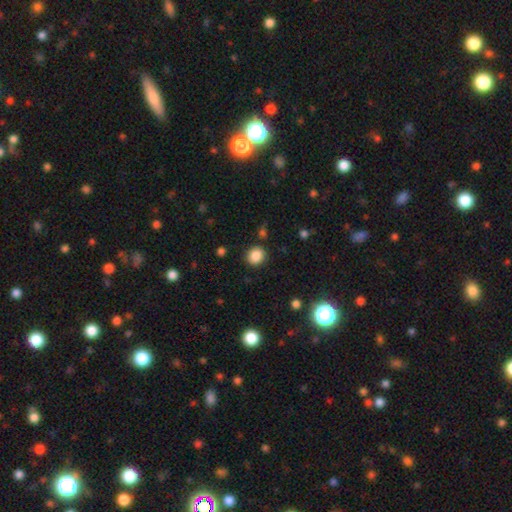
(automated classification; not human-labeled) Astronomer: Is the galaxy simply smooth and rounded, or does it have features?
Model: smooth — 85%.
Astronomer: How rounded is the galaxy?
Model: round — 80%.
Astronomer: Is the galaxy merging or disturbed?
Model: none — 87%.